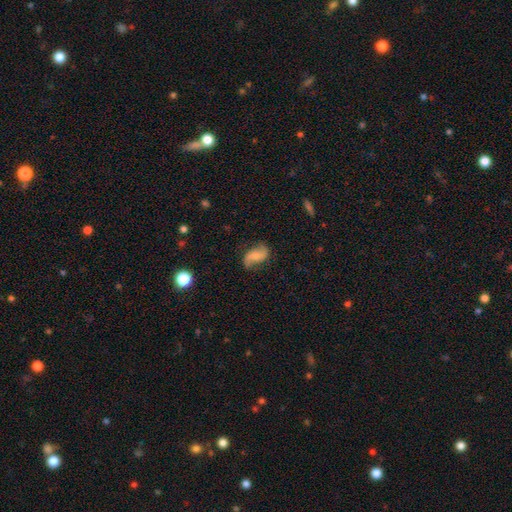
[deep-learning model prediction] Q: Smooth or featured?
A: featured or disk (68%); runner-up: smooth (25%)
Q: Edge-on disk?
A: no (96%); runner-up: yes (4%)
Q: Bar?
A: no (54%); runner-up: weak (34%)
Q: Spiral arms?
A: yes (93%); runner-up: no (7%)
Q: Spiral winding?
A: loose (69%); runner-up: medium (23%)
Q: Spiral arm count?
A: 2 (90%); runner-up: 1 (4%)
Q: Bulge size?
A: small (46%); runner-up: moderate (36%)
Q: Merging?
A: none (72%); runner-up: minor disturbance (19%)